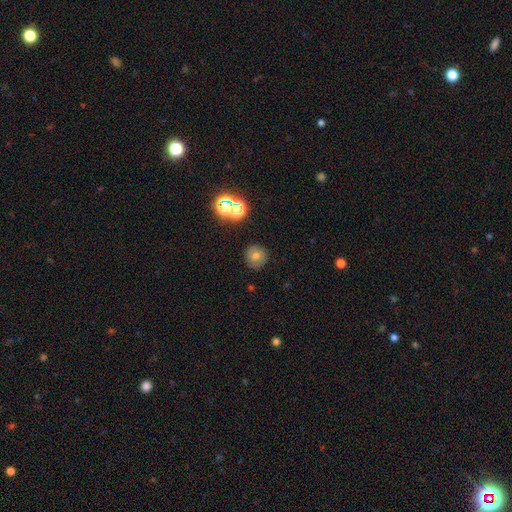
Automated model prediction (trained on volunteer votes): smooth 66%, star or artifact 18%, featured or disk 17%. Down the decision tree: how rounded — round (93%); merging — none (86%).